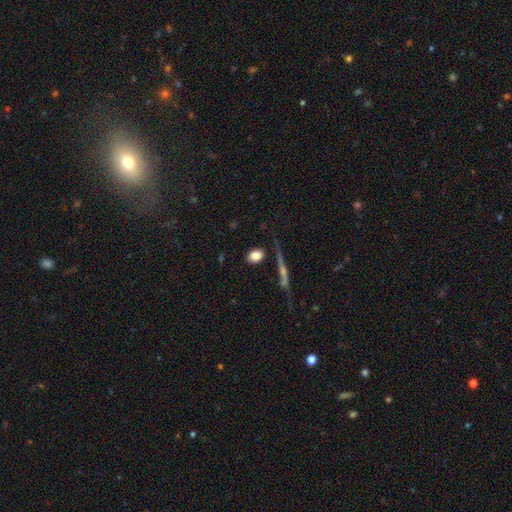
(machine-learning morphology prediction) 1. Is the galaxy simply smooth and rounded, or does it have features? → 82% smooth, 10% featured or disk, 9% star or artifact.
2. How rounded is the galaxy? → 58% in between, 38% round, 4% cigar-shaped.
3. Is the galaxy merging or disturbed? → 79% none, 12% minor disturbance, 5% merger, 5% major disturbance.